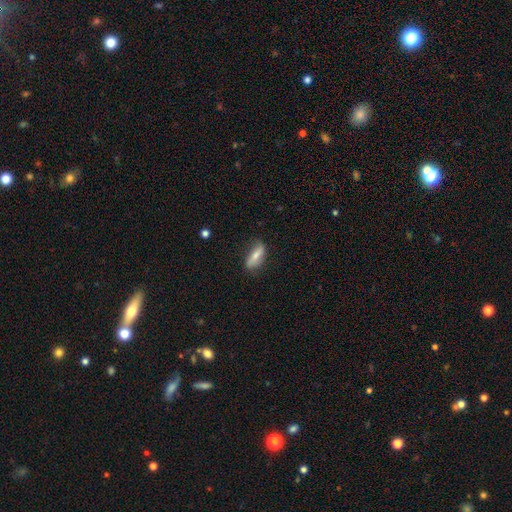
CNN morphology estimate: Smooth or featured: smooth — 51% (featured or disk — 41%)
How rounded: in between — 65% (cigar-shaped — 31%)
Merging: none — 68% (minor disturbance — 24%)